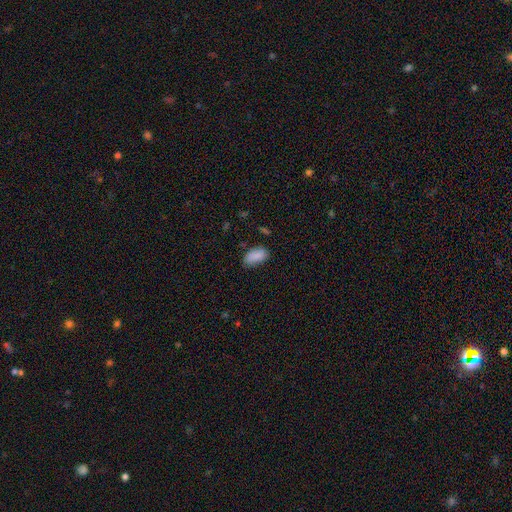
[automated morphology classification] smooth-or-featured: smooth: 86% | star or artifact: 7% | featured or disk: 6%
  how-rounded: in between: 93% | round: 4% | cigar-shaped: 3%
  merging: none: 72% | minor disturbance: 22% | major disturbance: 4% | merger: 2%